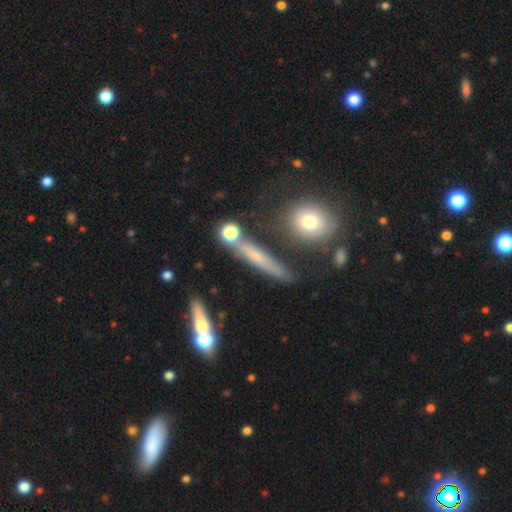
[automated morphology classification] Smooth or featured?
  - smooth: 49% *
  - featured or disk: 40%
  - star or artifact: 12%
Merging?
  - none: 68% *
  - minor disturbance: 17%
  - merger: 9%
  - major disturbance: 6%